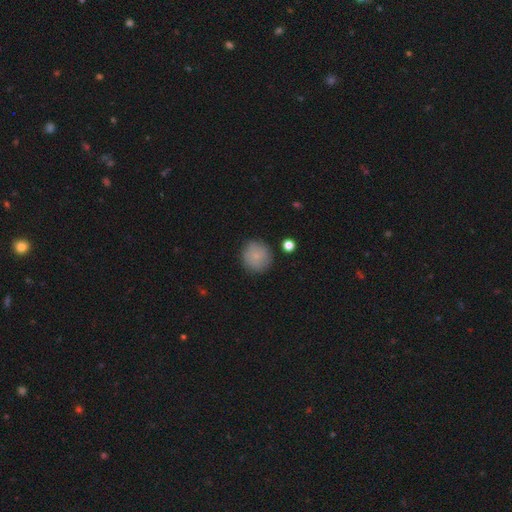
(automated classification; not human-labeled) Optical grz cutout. It shows a smooth galaxy with no disk features (80%) that is round (92%). Merging: none (83%).